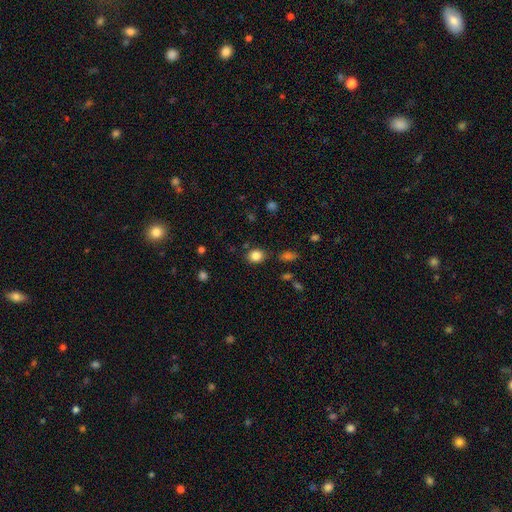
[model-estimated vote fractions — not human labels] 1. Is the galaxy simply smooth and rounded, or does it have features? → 84% smooth, 11% star or artifact, 6% featured or disk.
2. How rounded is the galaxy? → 56% round, 43% in between, 1% cigar-shaped.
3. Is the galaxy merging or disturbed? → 80% none, 13% minor disturbance, 4% merger, 3% major disturbance.